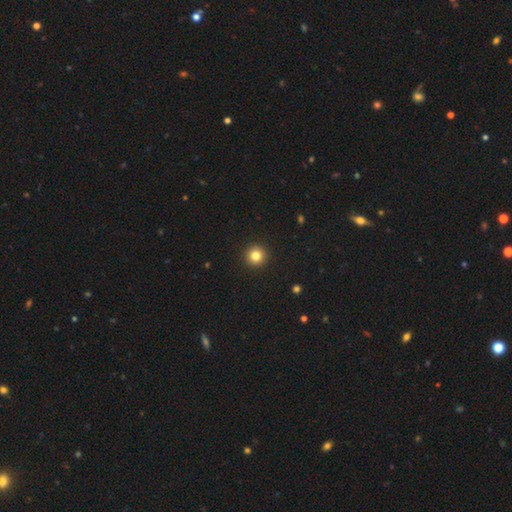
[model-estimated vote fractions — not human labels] Smooth or featured? Predicted: smooth (p=0.82). How rounded? Predicted: round (p=0.96). Merging? Predicted: none (p=0.94).